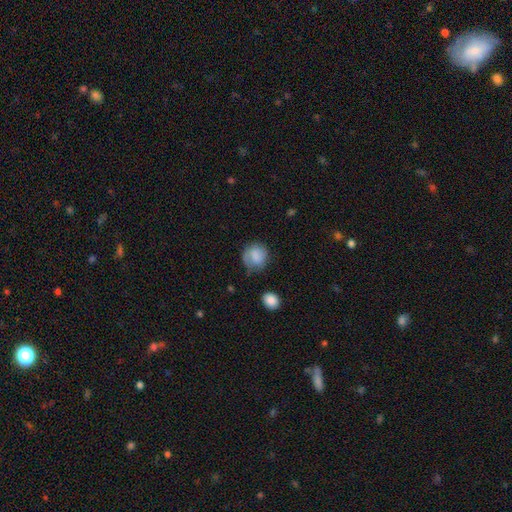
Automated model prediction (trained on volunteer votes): This is likely a smooth galaxy (75%). How rounded: likely round (78%). Merging: possibly none (60%).